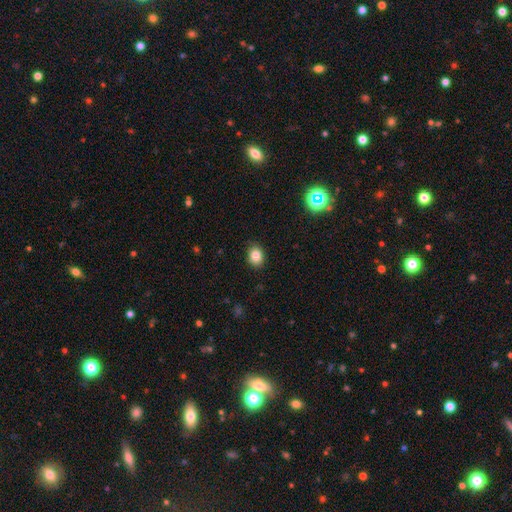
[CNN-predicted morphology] Q: Smooth or featured?
A: smooth (84%); runner-up: star or artifact (10%)
Q: How rounded?
A: in between (54%); runner-up: round (45%)
Q: Merging?
A: none (87%); runner-up: minor disturbance (10%)